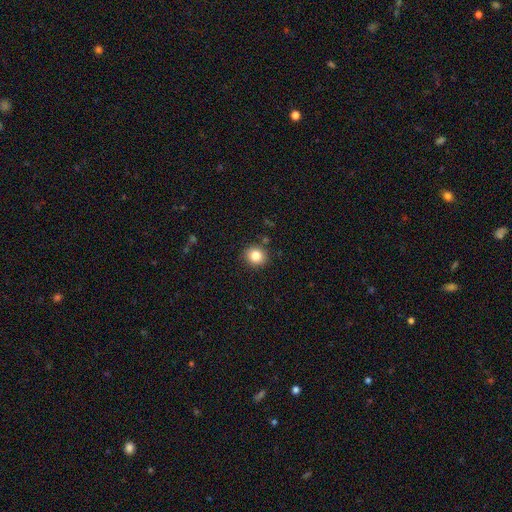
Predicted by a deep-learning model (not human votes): smooth 83%, star or artifact 11%, featured or disk 7%. Down the decision tree: how rounded — round (87%); merging — none (89%).